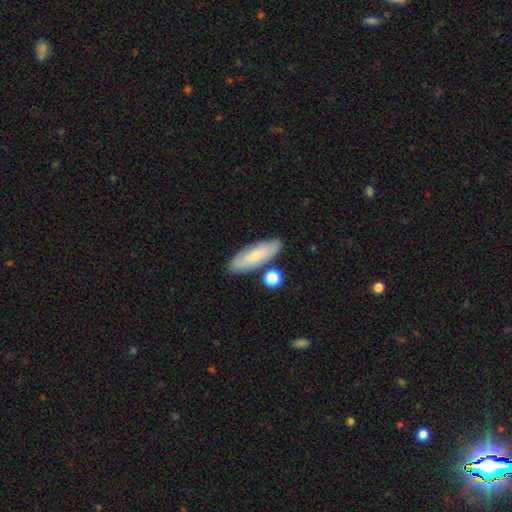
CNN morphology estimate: This is likely a smooth galaxy (68%). How rounded: likely in between (60%). Merging: likely none (78%).